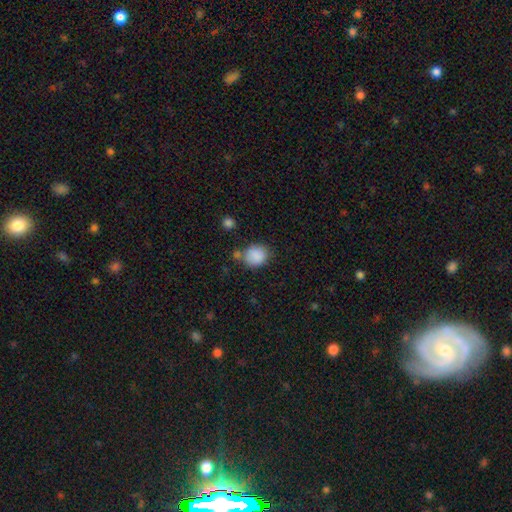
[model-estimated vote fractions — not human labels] This appears to be a smooth galaxy with no disk features (87%) that is round (70%). Merging: none (67%).